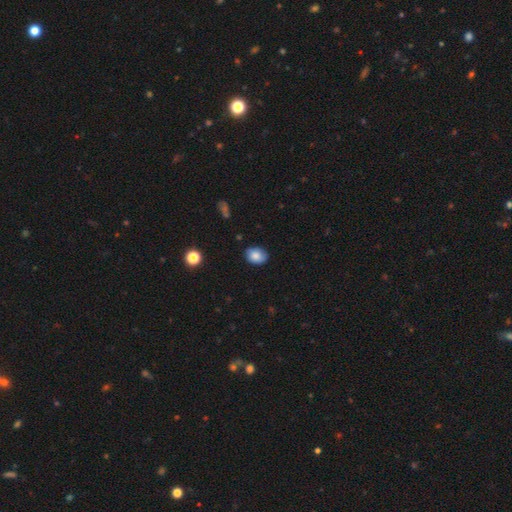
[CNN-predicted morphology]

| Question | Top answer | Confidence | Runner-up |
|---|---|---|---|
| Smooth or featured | smooth | 82% | featured or disk (10%) |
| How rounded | in between | 65% | round (34%) |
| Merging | none | 80% | minor disturbance (16%) |